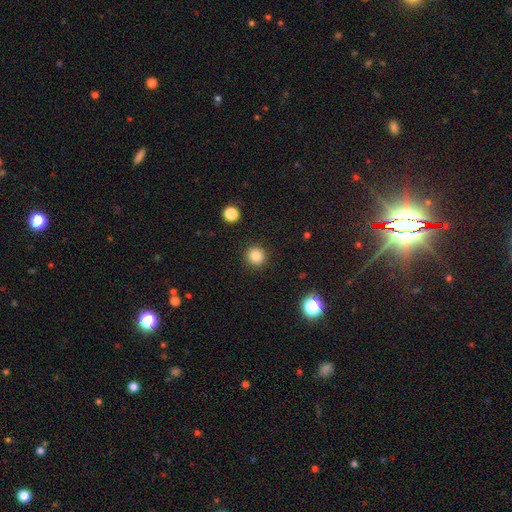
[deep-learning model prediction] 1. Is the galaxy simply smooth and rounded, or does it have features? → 84% smooth, 12% star or artifact, 5% featured or disk.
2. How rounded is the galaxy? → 95% round, 4% in between, 1% cigar-shaped.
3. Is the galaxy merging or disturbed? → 92% none, 5% minor disturbance, 2% major disturbance, 1% merger.